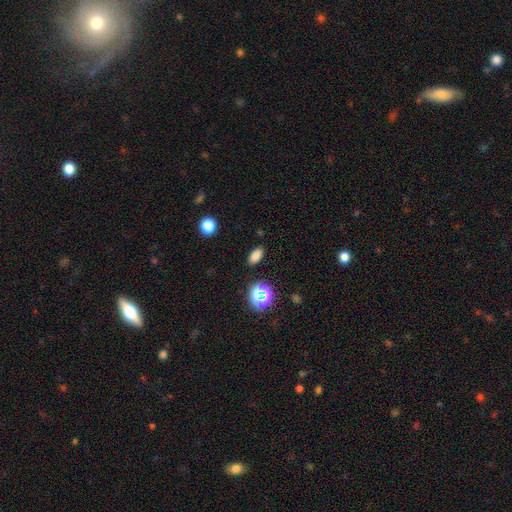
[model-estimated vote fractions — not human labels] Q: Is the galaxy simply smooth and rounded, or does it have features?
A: smooth — 78%.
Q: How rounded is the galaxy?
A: in between — 85%.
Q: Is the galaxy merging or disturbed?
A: none — 88%.